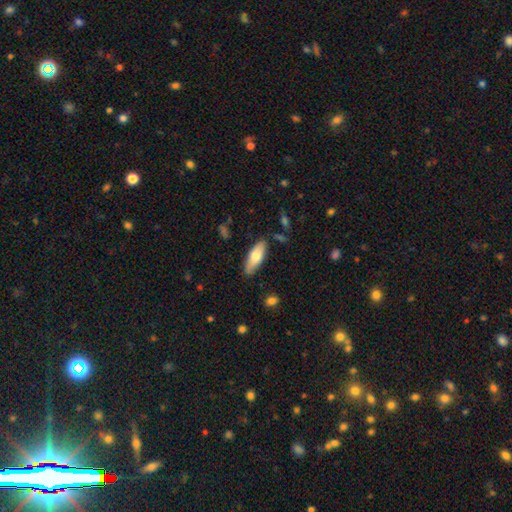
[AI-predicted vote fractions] smooth_or_featured: smooth (p=0.71) [alt: featured or disk p=0.23]
how_rounded: in between (p=0.69) [alt: cigar-shaped p=0.29]
merging: none (p=0.82) [alt: minor disturbance p=0.13]